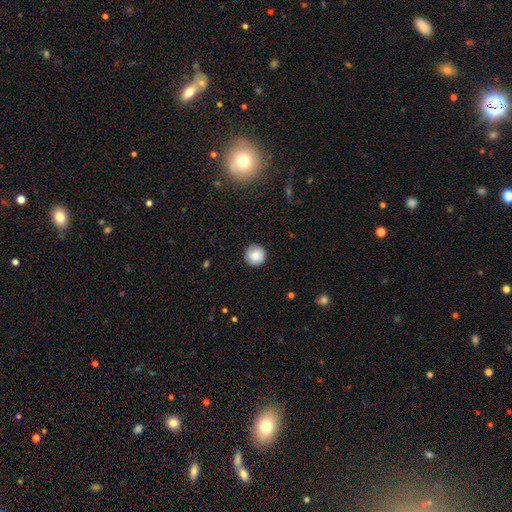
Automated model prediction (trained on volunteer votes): This appears to be a smooth galaxy with no disk features (85%) that is round (96%). Merging: none (89%).